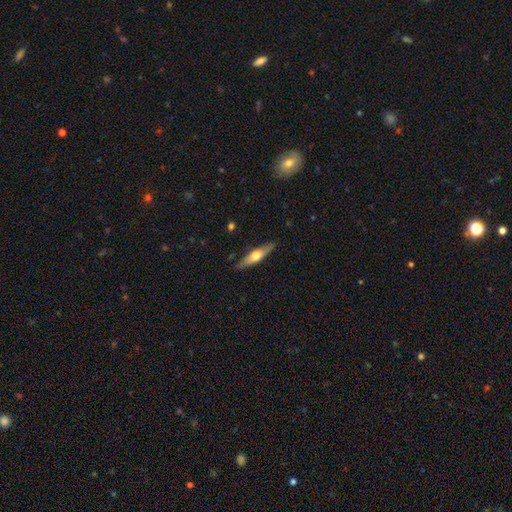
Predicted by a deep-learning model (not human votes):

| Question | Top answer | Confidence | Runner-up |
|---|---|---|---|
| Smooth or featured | featured or disk | 51% | smooth (43%) |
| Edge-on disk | yes | 92% | no (8%) |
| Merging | none | 86% | minor disturbance (11%) |